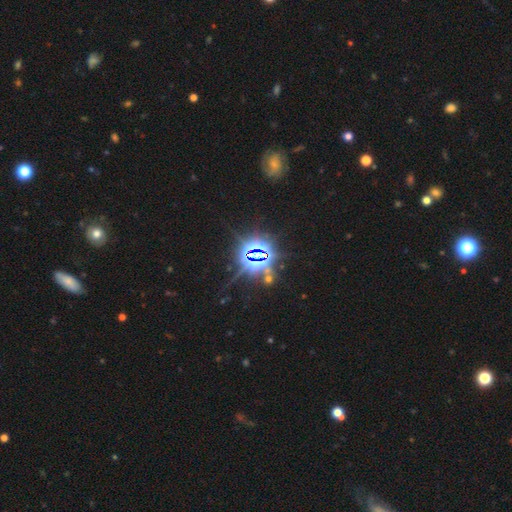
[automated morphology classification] The model was most divided on "smooth or featured": star or artifact: 84%, smooth: 8%, featured or disk: 8%.